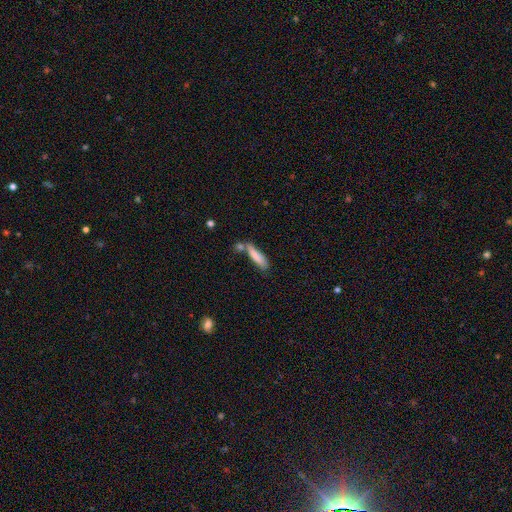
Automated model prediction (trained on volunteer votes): Q: Smooth or featured?
A: smooth (79%); runner-up: featured or disk (14%)
Q: How rounded?
A: cigar-shaped (74%); runner-up: in between (24%)
Q: Merging?
A: none (48%); runner-up: merger (25%)